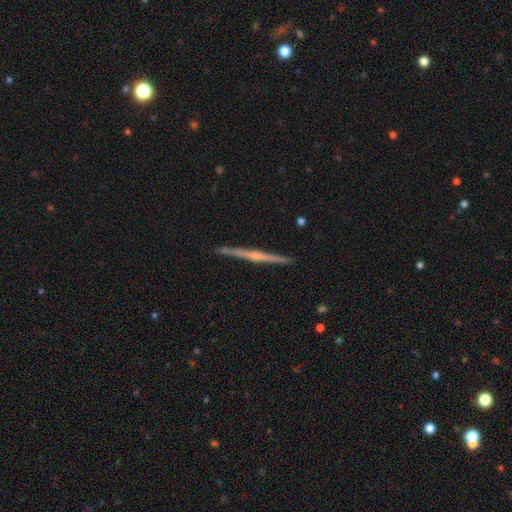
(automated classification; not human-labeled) featured or disk 77%, smooth 16%, star or artifact 7%. Down the decision tree: edge-on disk — yes (98%); edge-on bulge — rounded (66%); merging — none (89%).